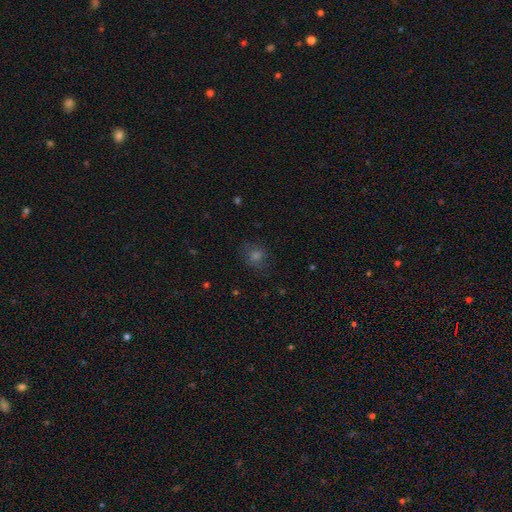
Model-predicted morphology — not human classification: type=smooth (60%); roundness=round (74%); merging=none (79%).